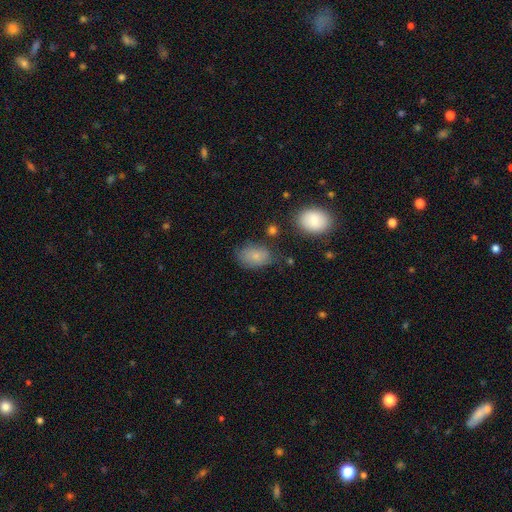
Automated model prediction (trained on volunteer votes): Overall: smooth (79%). How rounded: in between (80%). Merging: none (64%; minor disturbance 24%).